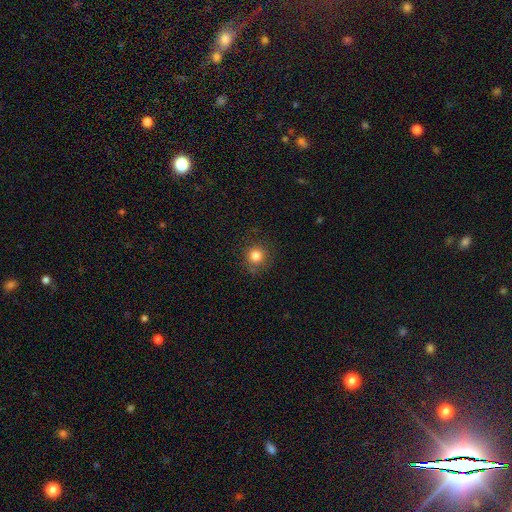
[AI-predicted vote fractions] Overall: smooth (83%). How rounded: round (92%). Merging: none (85%).